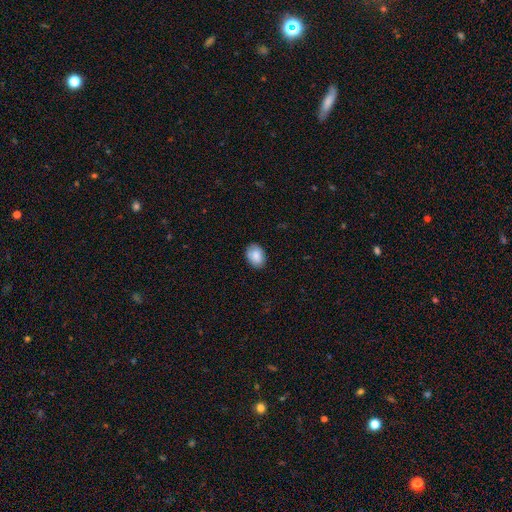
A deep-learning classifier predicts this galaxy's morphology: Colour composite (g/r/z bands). It shows a smooth galaxy with no disk features (85%) that is in between round and cigar-shaped (78%). Merging: none (86%).